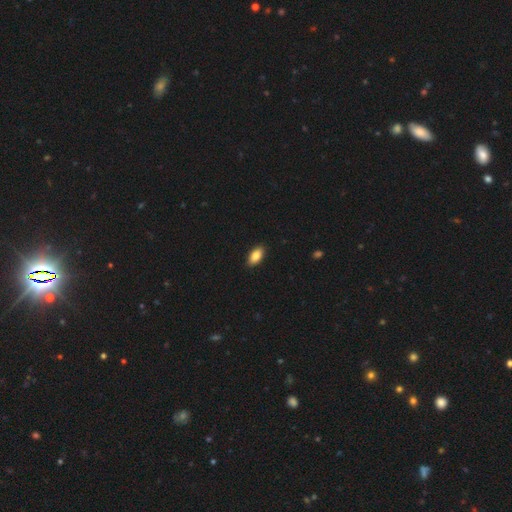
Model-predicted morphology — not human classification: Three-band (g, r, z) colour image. It shows a smooth galaxy with no disk features (86%) that is in between round and cigar-shaped (92%). Merging: none (90%).